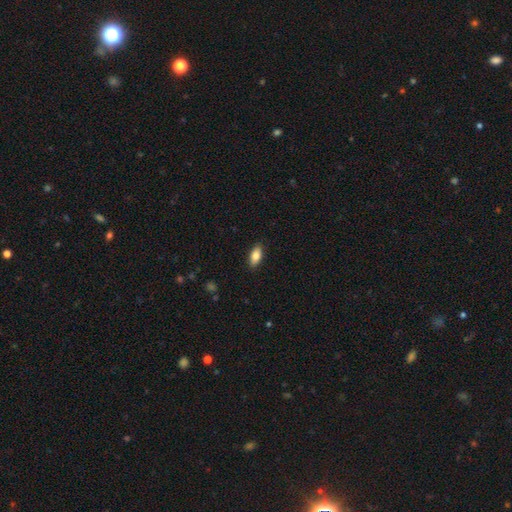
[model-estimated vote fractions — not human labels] smooth-or-featured: smooth: 82% | featured or disk: 12% | star or artifact: 7%
  how-rounded: in between: 88% | cigar-shaped: 9% | round: 3%
  merging: none: 89% | minor disturbance: 8% | major disturbance: 2% | merger: 1%